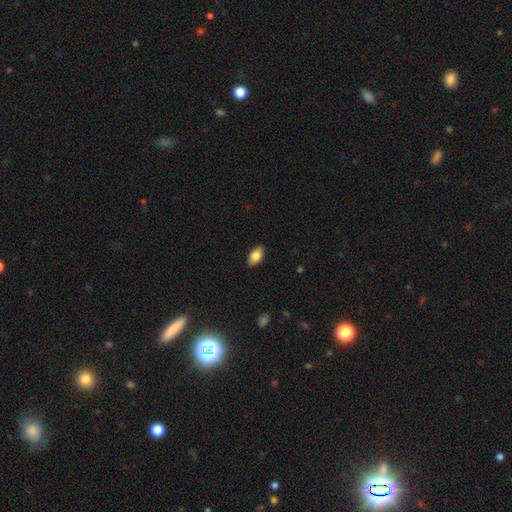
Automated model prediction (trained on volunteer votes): Overall: smooth (81%). How rounded: in between (93%). Merging: none (88%).